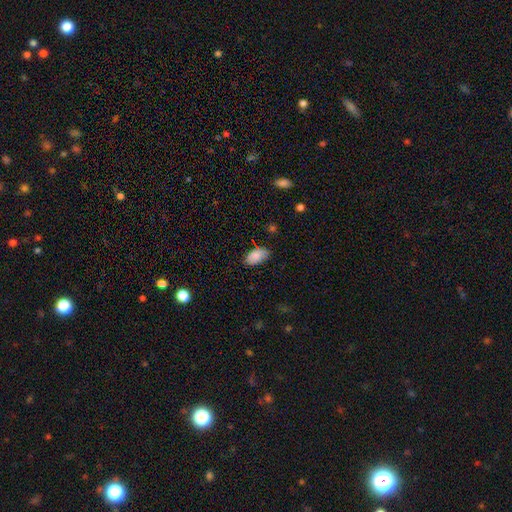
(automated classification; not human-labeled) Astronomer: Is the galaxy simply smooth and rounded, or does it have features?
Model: smooth — 85%.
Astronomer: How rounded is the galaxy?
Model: in between — 94%.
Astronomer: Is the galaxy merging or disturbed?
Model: none — 77%.